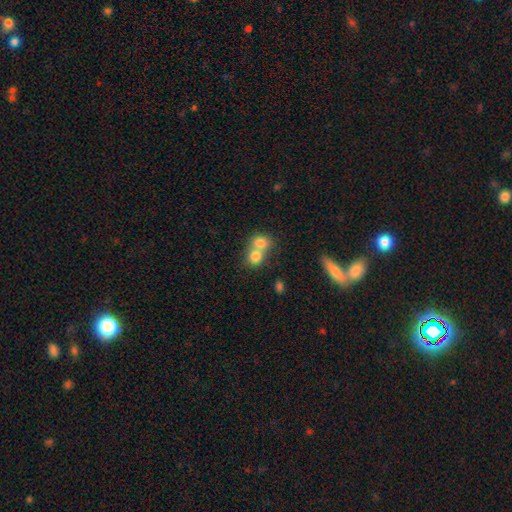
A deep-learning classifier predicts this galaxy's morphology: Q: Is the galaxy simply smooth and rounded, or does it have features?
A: smooth — 78%.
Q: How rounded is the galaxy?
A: round — 70%.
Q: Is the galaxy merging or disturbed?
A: merger — 66%.